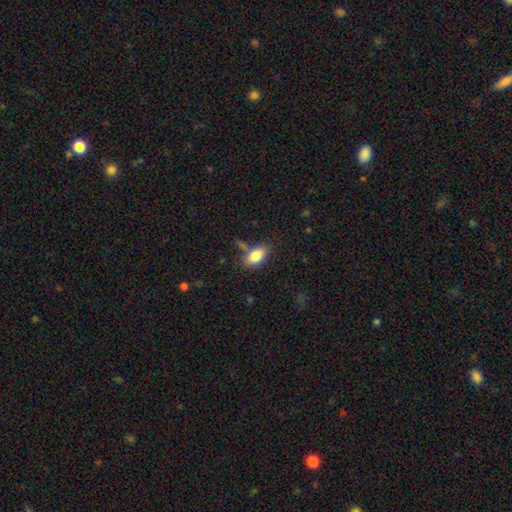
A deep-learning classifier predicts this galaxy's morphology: smooth_or_featured: smooth (p=0.82) [alt: featured or disk p=0.11]
how_rounded: in between (p=0.91) [alt: round p=0.05]
merging: none (p=0.69) [alt: minor disturbance p=0.16]